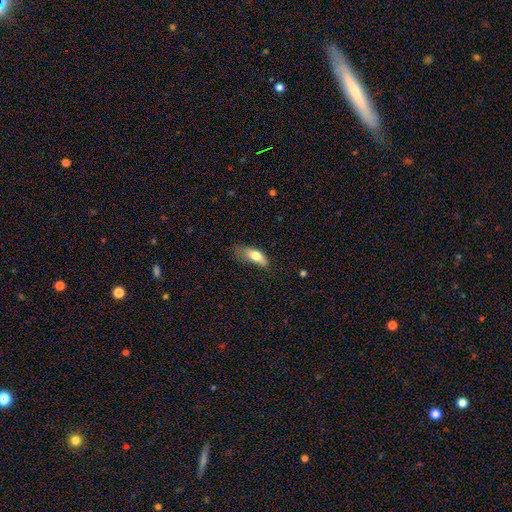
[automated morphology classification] type=smooth (73%); roundness=in between (76%); merging=minor disturbance (40%).